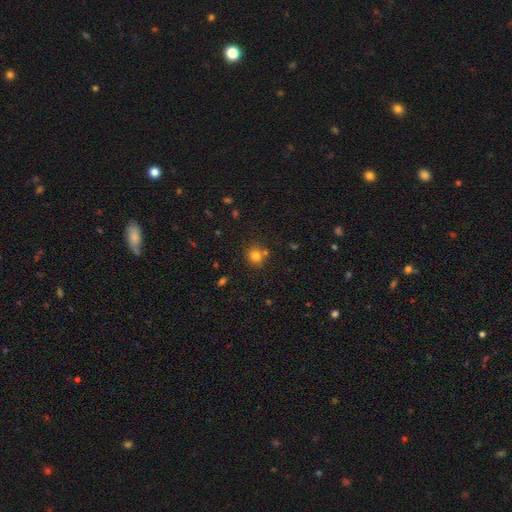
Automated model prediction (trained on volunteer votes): Q: Smooth or featured?
A: smooth (78%); runner-up: star or artifact (14%)
Q: How rounded?
A: round (82%); runner-up: in between (17%)
Q: Merging?
A: none (73%); runner-up: merger (14%)